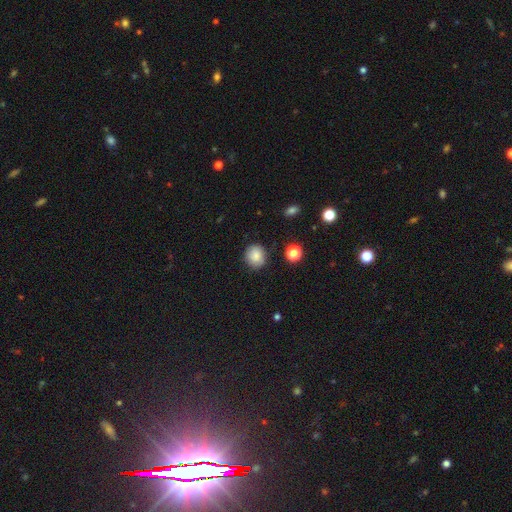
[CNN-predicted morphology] Smooth or featured? Predicted: smooth (p=0.85). How rounded? Predicted: round (p=0.78). Merging? Predicted: none (p=0.84).